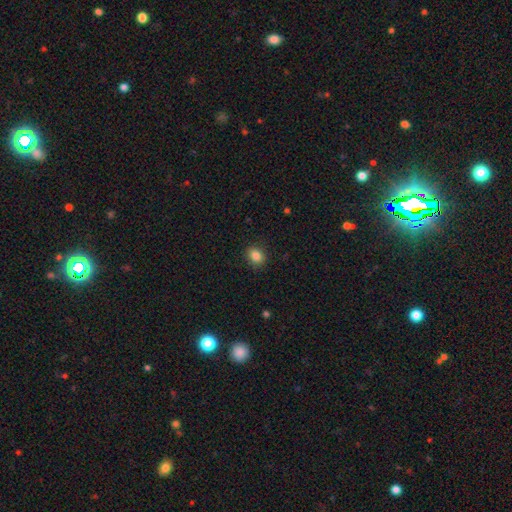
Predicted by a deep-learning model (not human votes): This is clearly a smooth galaxy (85%). How rounded: possibly in between (51%). Merging: clearly none (88%).